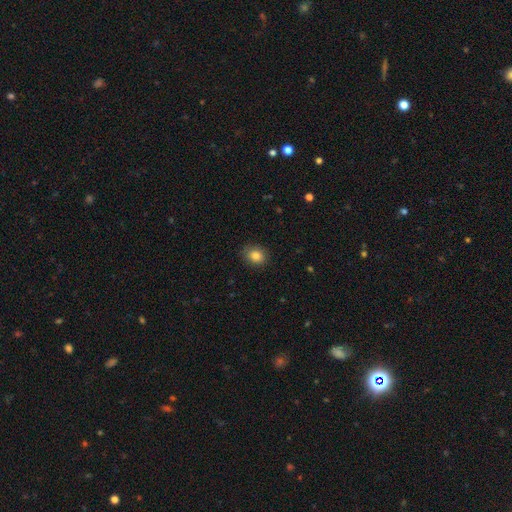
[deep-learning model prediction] A smooth galaxy with no disk features (84%) that is round (52%). Merging: none (85%).